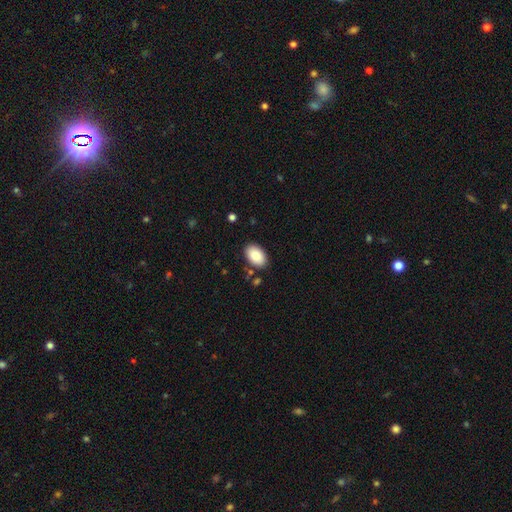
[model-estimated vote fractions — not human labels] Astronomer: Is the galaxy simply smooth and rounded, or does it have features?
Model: smooth — 89%.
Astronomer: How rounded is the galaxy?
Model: in between — 92%.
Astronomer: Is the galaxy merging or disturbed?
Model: none — 86%.